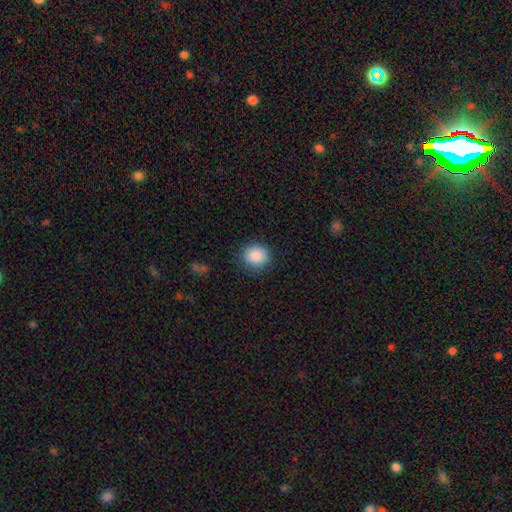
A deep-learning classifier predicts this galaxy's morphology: Smooth or featured?
  - smooth: 88% *
  - star or artifact: 8%
  - featured or disk: 4%
How rounded?
  - round: 81% *
  - in between: 18%
  - cigar-shaped: 1%
Merging?
  - none: 86% *
  - minor disturbance: 10%
  - major disturbance: 3%
  - merger: 1%